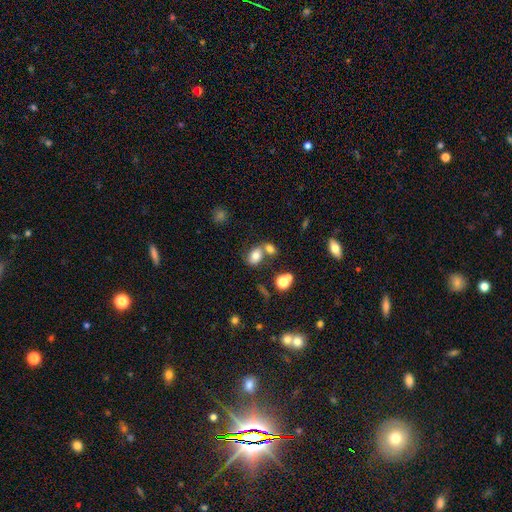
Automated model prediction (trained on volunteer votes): A smooth galaxy with no disk features (72%) that is in between round and cigar-shaped (72%). Merging: none (44%).